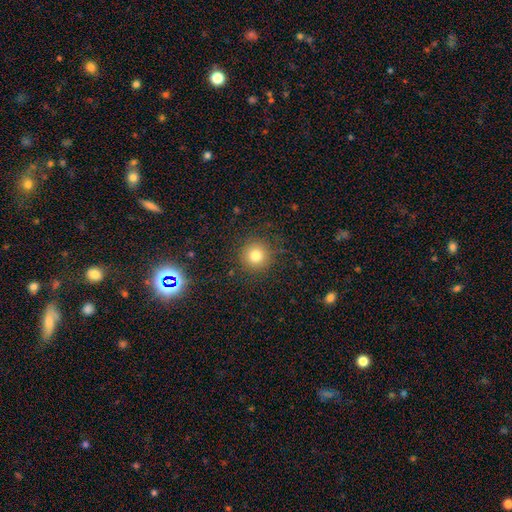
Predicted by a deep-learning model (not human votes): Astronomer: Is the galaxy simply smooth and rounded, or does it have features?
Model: smooth — 79%.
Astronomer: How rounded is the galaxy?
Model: round — 94%.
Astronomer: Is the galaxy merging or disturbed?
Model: none — 87%.